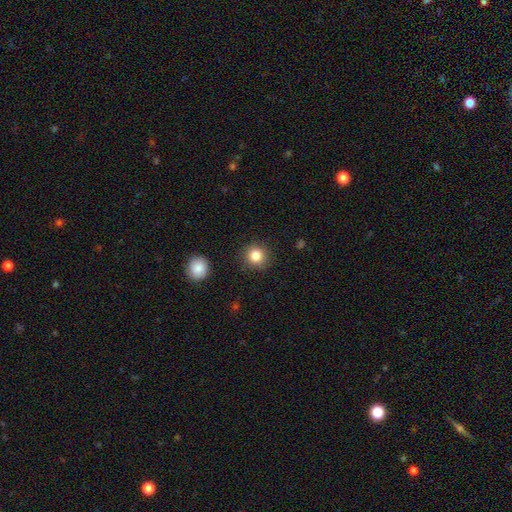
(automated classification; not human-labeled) Smooth or featured: smooth — 85% (star or artifact — 10%)
How rounded: round — 91% (in between — 8%)
Merging: none — 89% (minor disturbance — 7%)